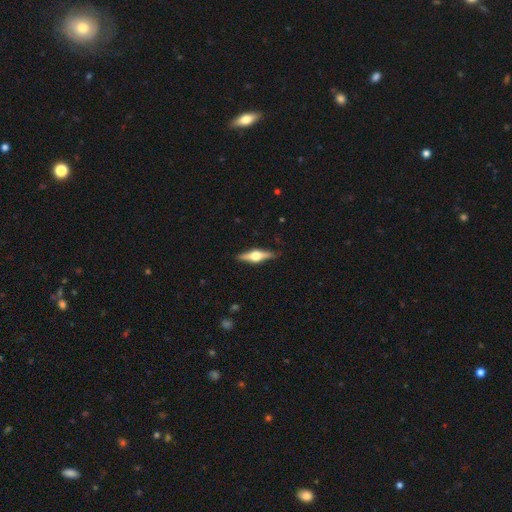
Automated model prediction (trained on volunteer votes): A featured or disk galaxy (73%) viewed edge-on (97%) with a rounded central bulge (95%). Merging: none (88%).